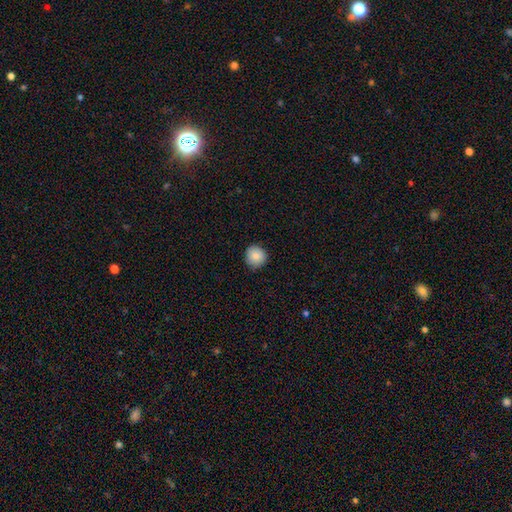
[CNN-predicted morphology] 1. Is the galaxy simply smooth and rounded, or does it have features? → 86% smooth, 8% star or artifact, 6% featured or disk.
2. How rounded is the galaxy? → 93% round, 6% in between, 1% cigar-shaped.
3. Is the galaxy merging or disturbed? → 87% none, 10% minor disturbance, 2% major disturbance, 1% merger.